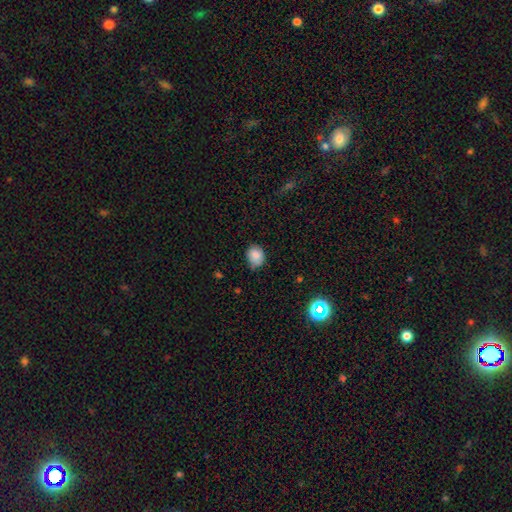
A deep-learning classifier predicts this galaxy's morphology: smooth-or-featured: smooth: 85% | star or artifact: 9% | featured or disk: 6%
  how-rounded: round: 54% | in between: 45% | cigar-shaped: 1%
  merging: none: 62% | minor disturbance: 31% | major disturbance: 5% | merger: 2%